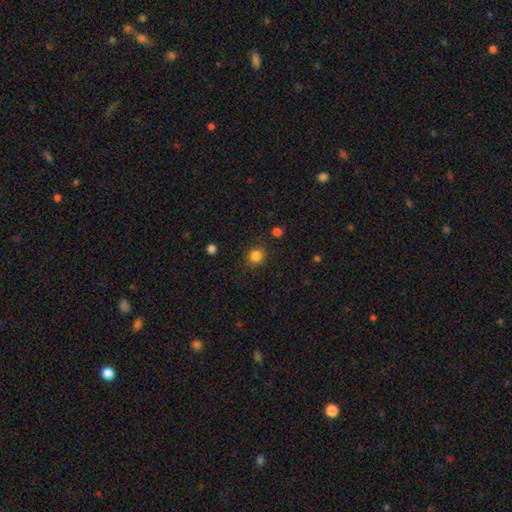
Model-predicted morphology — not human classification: smooth_or_featured: smooth (p=0.83) [alt: star or artifact p=0.12]
how_rounded: round (p=0.83) [alt: in between p=0.16]
merging: none (p=0.87) [alt: minor disturbance p=0.09]